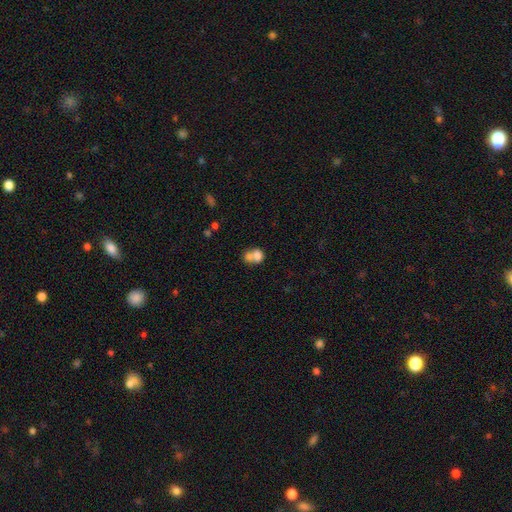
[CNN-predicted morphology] A smooth galaxy with no disk features (73%) that is in between round and cigar-shaped (51%).

Vote fractions:
- Smooth or featured? smooth: 73% / featured or disk: 18% / star or artifact: 10%
- How rounded? in between: 51% / round: 48% / cigar-shaped: 1%
- Merging? merger: 67% / none: 22% / minor disturbance: 7% / major disturbance: 5%